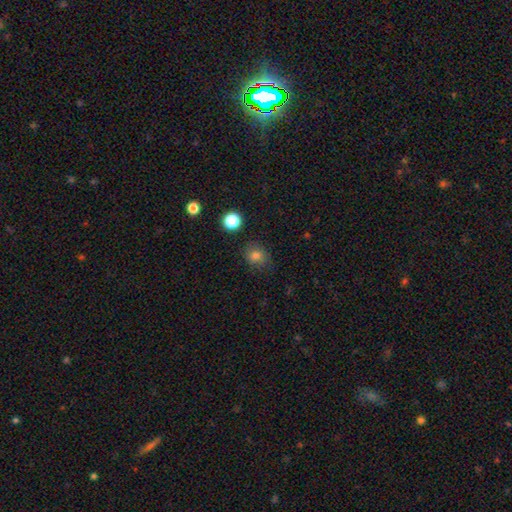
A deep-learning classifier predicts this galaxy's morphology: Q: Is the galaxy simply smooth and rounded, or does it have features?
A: smooth — 79%.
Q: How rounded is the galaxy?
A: round — 72%.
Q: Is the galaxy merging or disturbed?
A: none — 76%.